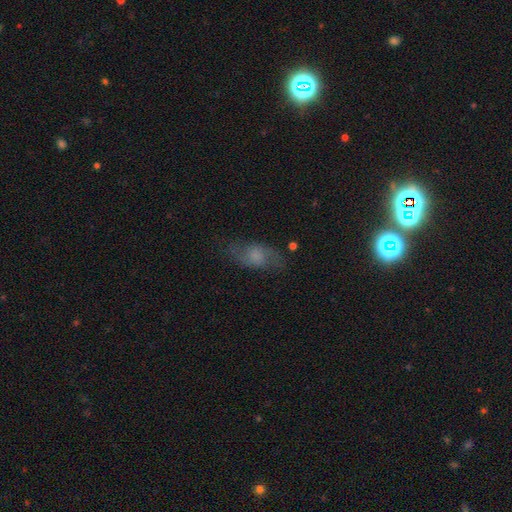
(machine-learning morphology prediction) Smooth or featured?
  - featured or disk: 46% *
  - smooth: 42%
  - star or artifact: 12%
Merging?
  - none: 70% *
  - minor disturbance: 18%
  - major disturbance: 10%
  - merger: 2%